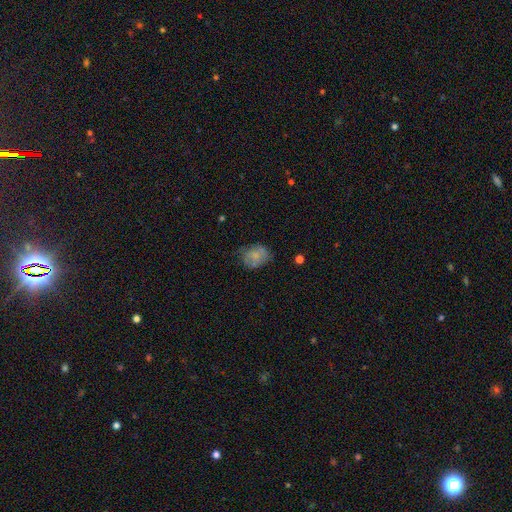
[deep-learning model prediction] Overall: smooth (53%; featured or disk 37%). How rounded: in between (61%; round 37%). Merging: none (55%; minor disturbance 29%).